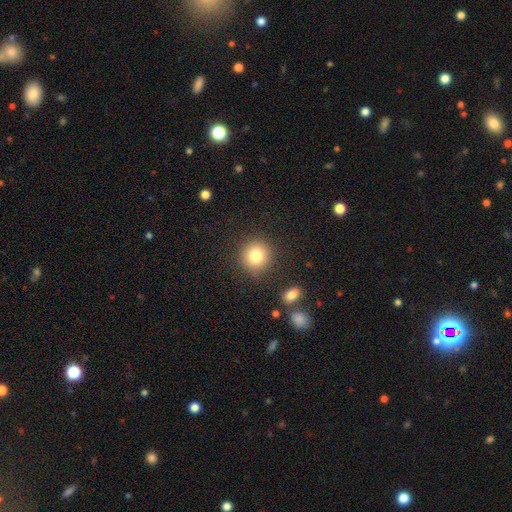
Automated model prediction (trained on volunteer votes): Smooth or featured?
  - smooth: 80% *
  - star or artifact: 11%
  - featured or disk: 9%
How rounded?
  - round: 90% *
  - in between: 9%
  - cigar-shaped: 1%
Merging?
  - none: 86% *
  - minor disturbance: 9%
  - major disturbance: 3%
  - merger: 2%